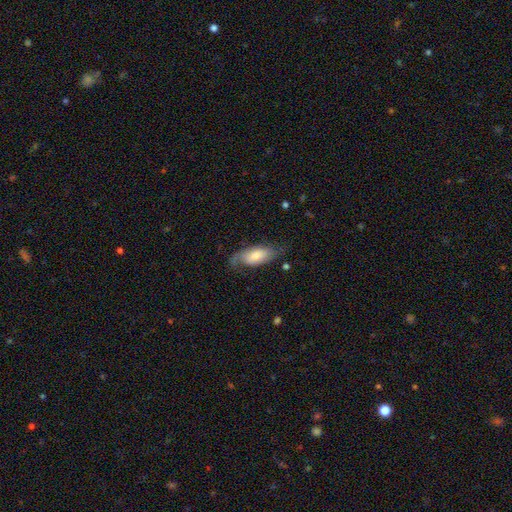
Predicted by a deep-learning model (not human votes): Overall: smooth (48%; featured or disk 45%). Merging: none (57%; minor disturbance 26%).